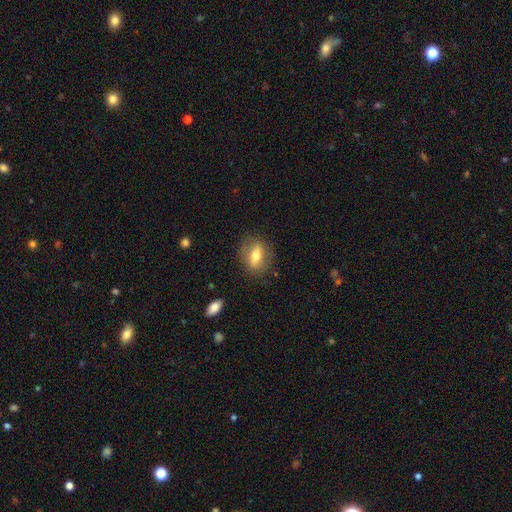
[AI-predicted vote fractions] A smooth galaxy with no disk features (56%) that is in between round and cigar-shaped (64%). Merging: none (81%).